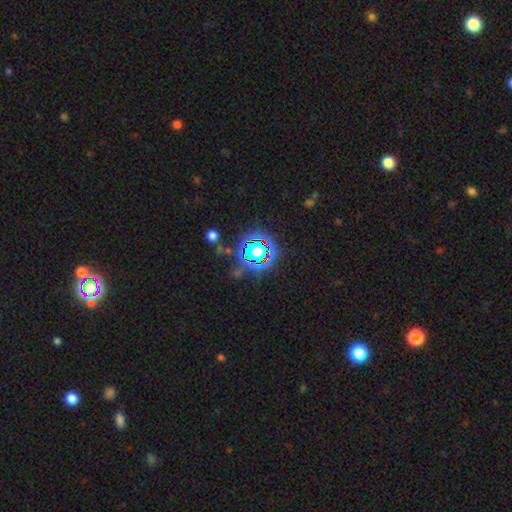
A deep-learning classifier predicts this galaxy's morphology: smooth-or-featured: star or artifact: 78% | smooth: 13% | featured or disk: 8%